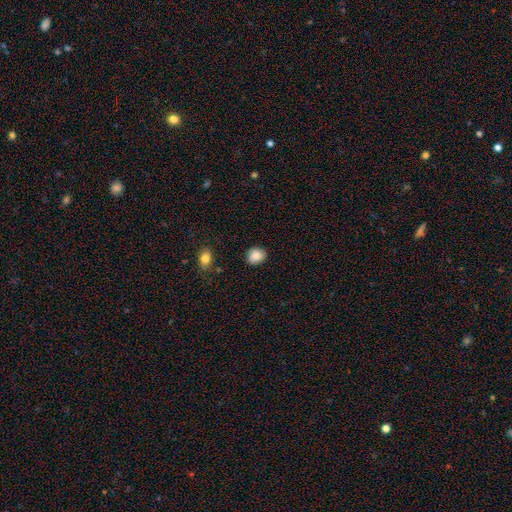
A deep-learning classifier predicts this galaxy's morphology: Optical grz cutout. It shows a smooth galaxy with no disk features (84%) that is round (73%). Merging: none (82%).